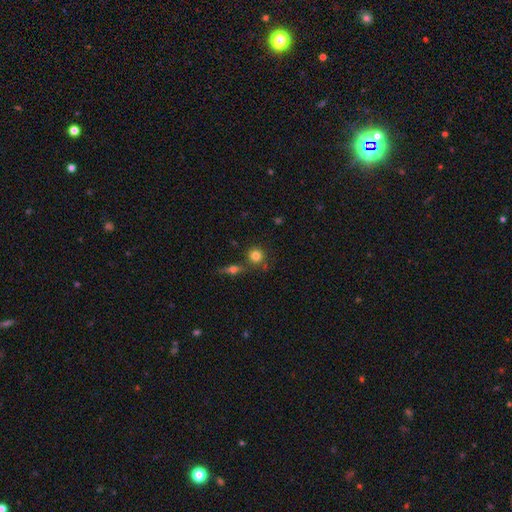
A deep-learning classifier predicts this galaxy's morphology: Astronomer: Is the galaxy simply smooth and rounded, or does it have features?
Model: smooth — 79%.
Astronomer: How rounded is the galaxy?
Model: round — 90%.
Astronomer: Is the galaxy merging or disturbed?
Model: none — 72%.